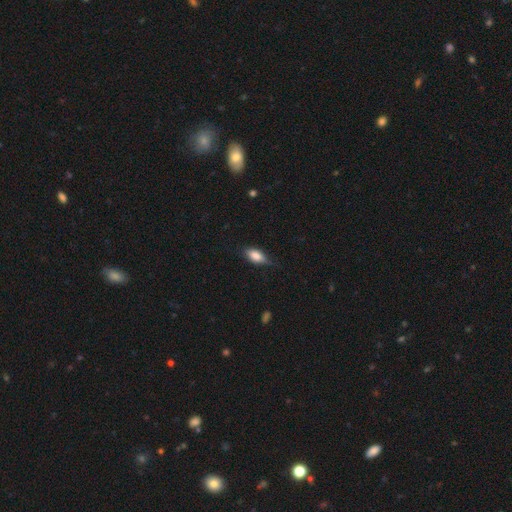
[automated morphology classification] type=smooth (77%); roundness=in between (84%); merging=none (65%).